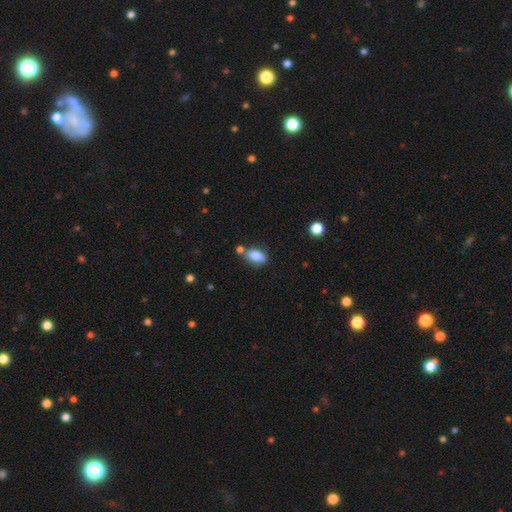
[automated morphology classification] Smooth or featured? Predicted: smooth (p=0.83). How rounded? Predicted: in between (p=0.87). Merging? Predicted: none (p=0.63).